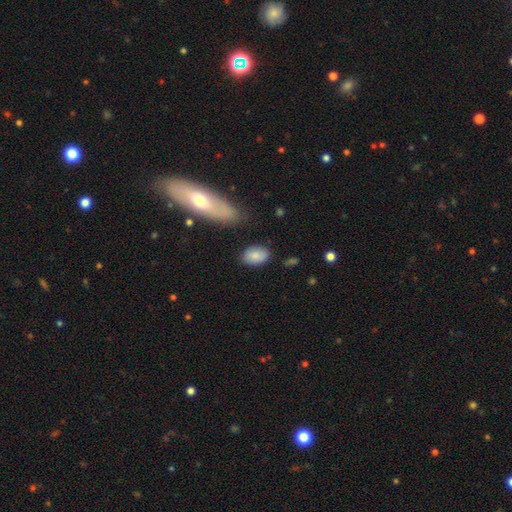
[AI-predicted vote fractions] A smooth galaxy with no disk features (85%) that is in between round and cigar-shaped (88%).

Vote fractions:
- Smooth or featured? smooth: 85% / featured or disk: 8% / star or artifact: 7%
- How rounded? in between: 88% / round: 10% / cigar-shaped: 1%
- Merging? none: 81% / minor disturbance: 12% / major disturbance: 3% / merger: 3%